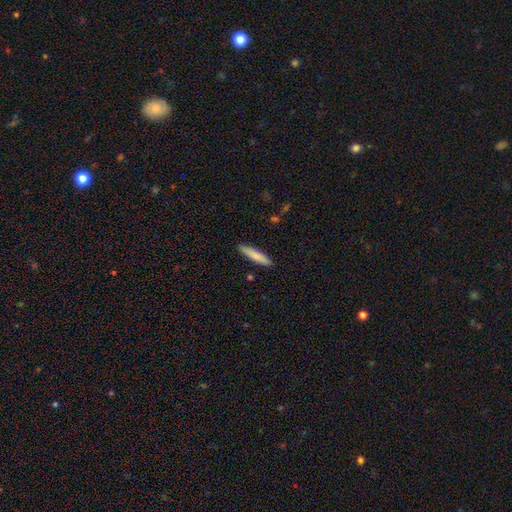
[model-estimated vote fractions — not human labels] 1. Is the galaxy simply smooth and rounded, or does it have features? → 81% smooth, 14% featured or disk, 6% star or artifact.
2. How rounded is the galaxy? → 88% cigar-shaped, 11% in between, 1% round.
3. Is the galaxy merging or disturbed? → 89% none, 8% minor disturbance, 2% major disturbance, 1% merger.